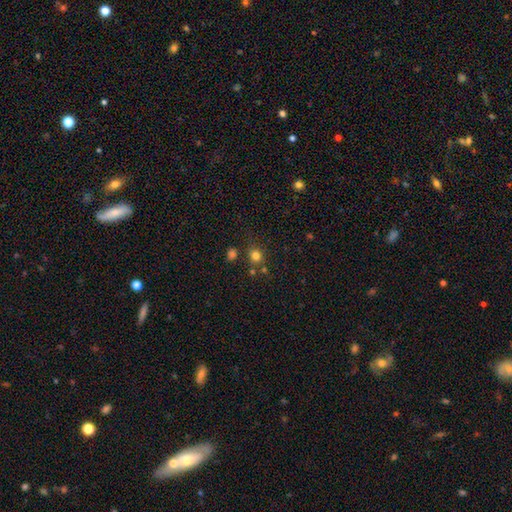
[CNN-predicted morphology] Smooth or featured? smooth (77%)
How rounded? round (81%)
Merging? none (75%)